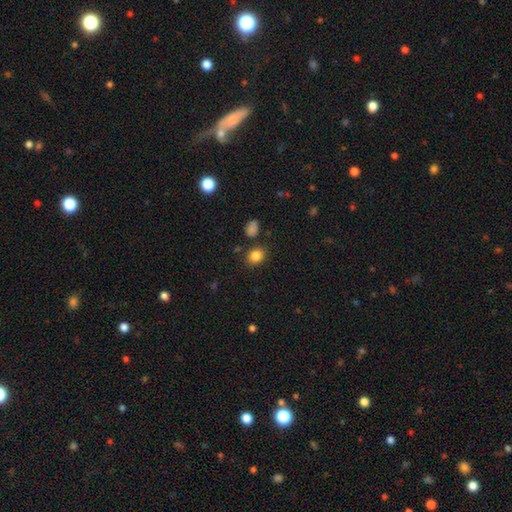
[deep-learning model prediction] smooth-or-featured: smooth: 84% | star or artifact: 11% | featured or disk: 5%
  how-rounded: round: 62% | in between: 37% | cigar-shaped: 1%
  merging: none: 82% | minor disturbance: 10% | merger: 4% | major disturbance: 3%